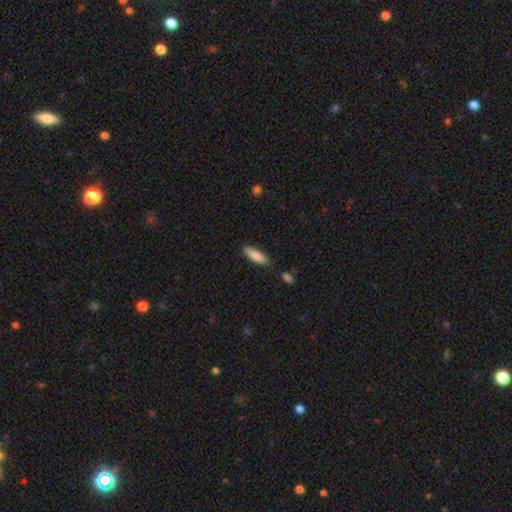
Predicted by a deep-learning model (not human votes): This is clearly a smooth galaxy (86%). How rounded: possibly in between (49%, tied with cigar-shaped). Merging: clearly none (83%).